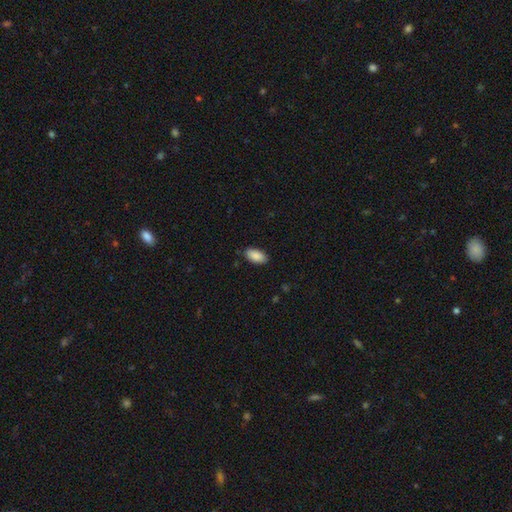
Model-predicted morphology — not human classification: smooth-or-featured: smooth: 89% | star or artifact: 6% | featured or disk: 4%
  how-rounded: in between: 95% | cigar-shaped: 3% | round: 2%
  merging: none: 86% | minor disturbance: 11% | major disturbance: 2% | merger: 1%